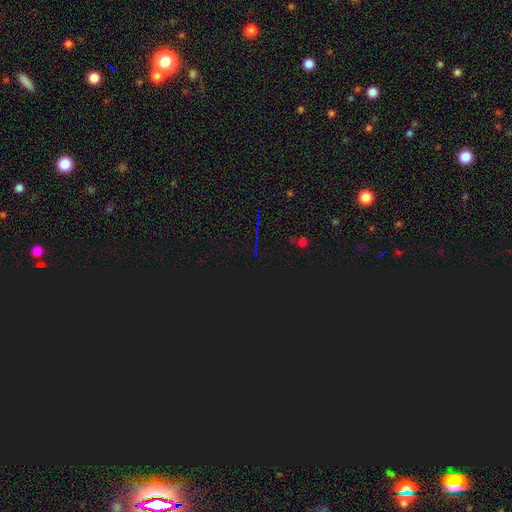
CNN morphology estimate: A star or artifact, not a galaxy (82%).